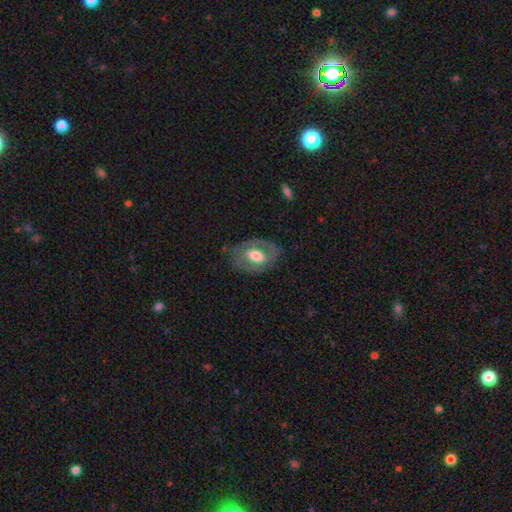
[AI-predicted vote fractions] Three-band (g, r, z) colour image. It shows a featured or disk galaxy (62%) with no bar (50%), no spiral arms (51%) and a moderate central bulge (49%). Merging: none (71%).